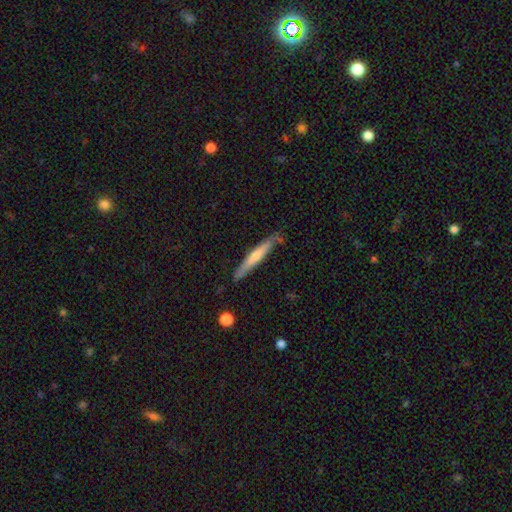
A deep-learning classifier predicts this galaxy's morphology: This appears to be a featured or disk galaxy (49%). Merging: none (82%).